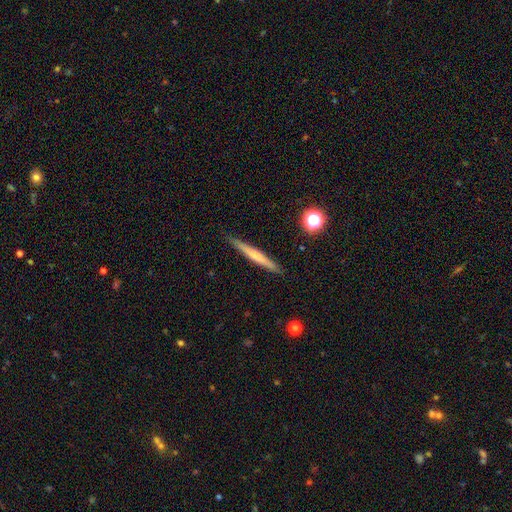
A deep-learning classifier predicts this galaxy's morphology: Overall: smooth (50%; featured or disk 43%). How rounded: cigar-shaped (96%). Merging: none (90%).